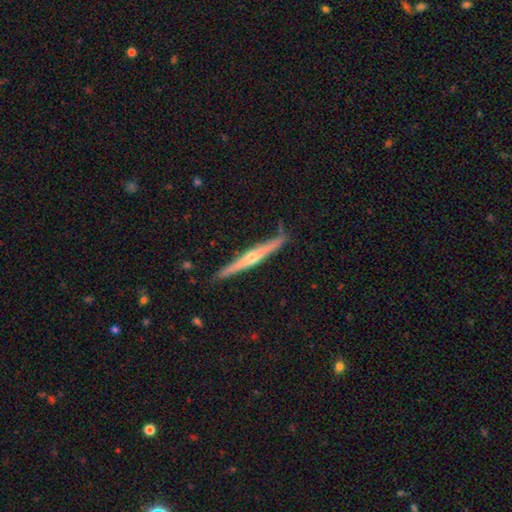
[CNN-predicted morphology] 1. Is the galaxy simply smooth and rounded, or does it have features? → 77% featured or disk, 18% smooth, 5% star or artifact.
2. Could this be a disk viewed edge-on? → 98% yes, 2% no.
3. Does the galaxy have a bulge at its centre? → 84% rounded, 13% none, 3% boxy.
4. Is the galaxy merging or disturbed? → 86% none, 11% minor disturbance, 2% major disturbance, 1% merger.